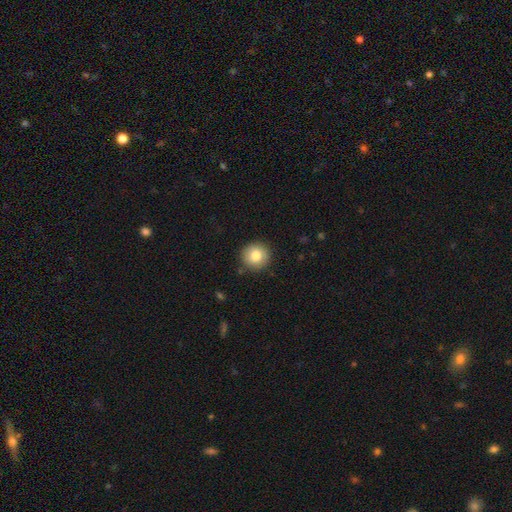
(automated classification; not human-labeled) A smooth galaxy with no disk features (81%) that is round (93%). Merging: none (89%).